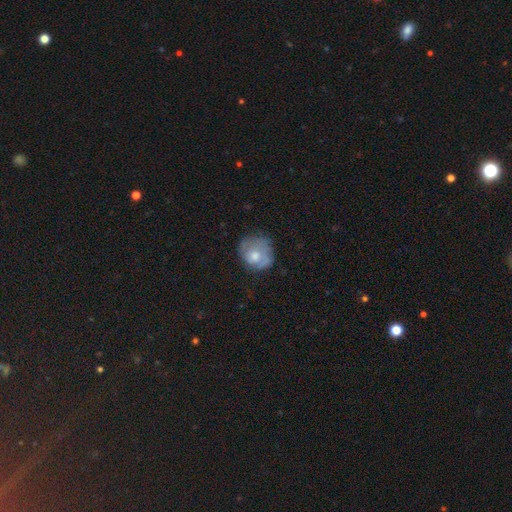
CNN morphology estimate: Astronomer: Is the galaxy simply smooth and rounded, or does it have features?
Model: smooth — 57% (runner-up: featured or disk, 35%).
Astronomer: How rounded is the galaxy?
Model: round — 69%.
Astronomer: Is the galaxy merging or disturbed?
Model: none — 50% (runner-up: minor disturbance, 30%).